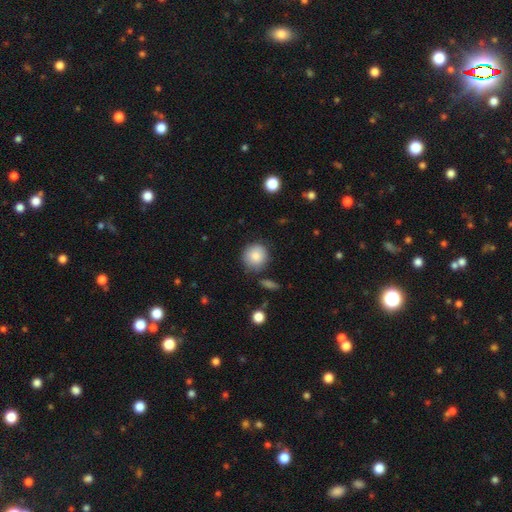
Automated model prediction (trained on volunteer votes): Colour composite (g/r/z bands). It shows a smooth galaxy with no disk features (85%) that is round (92%). Merging: none (81%).